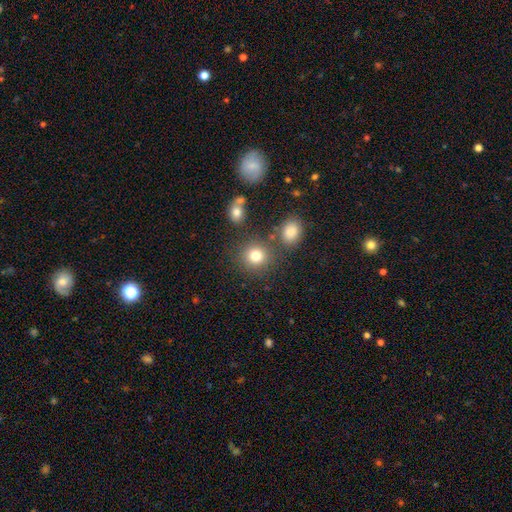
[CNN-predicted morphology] The model was most divided on "smooth or featured": smooth: 80%, star or artifact: 13%, featured or disk: 7%. More confident: how rounded — round (86%); merging — none (79%).